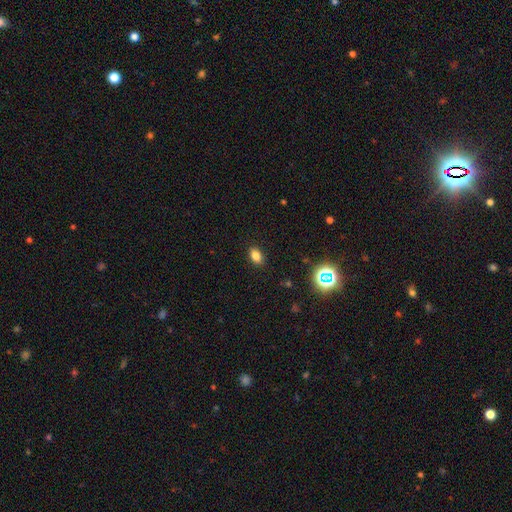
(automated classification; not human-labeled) A smooth galaxy with no disk features (80%) that is in between round and cigar-shaped (84%). Merging: none (88%).